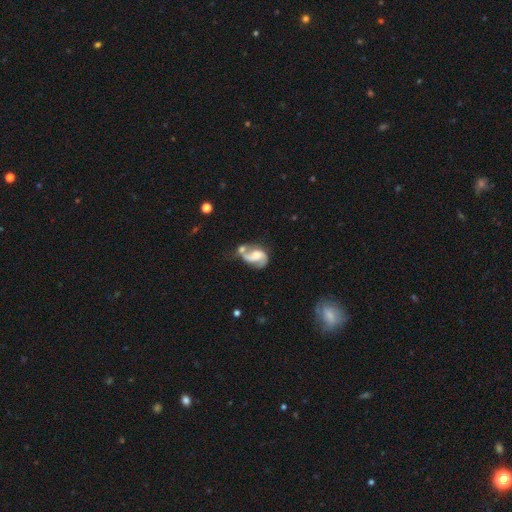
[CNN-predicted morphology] Smooth or featured: featured or disk — 73% (smooth — 19%)
Edge-on disk: no — 97% (yes — 3%)
Bar: no — 50% (weak — 38%)
Spiral arms: yes — 90% (no — 10%)
Spiral winding: loose — 47% (medium — 40%)
Spiral arm count: 2 — 79% (1 — 13%)
Bulge size: moderate — 35% (small — 22%)
Merging: merger — 36% (none — 28%)